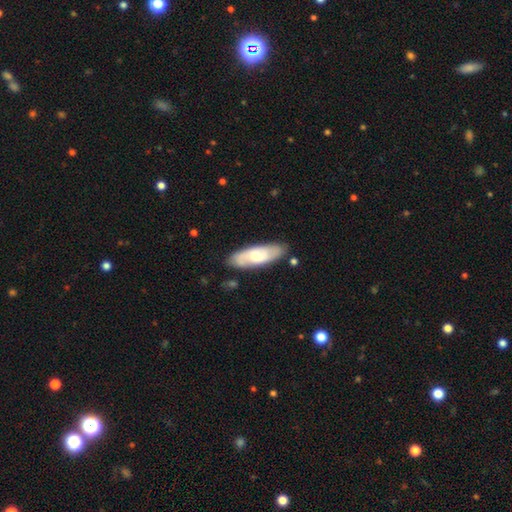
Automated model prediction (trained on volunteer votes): Smooth or featured? Predicted: smooth (p=0.52). How rounded? Predicted: in between (p=0.62). Merging? Predicted: none (p=0.83).